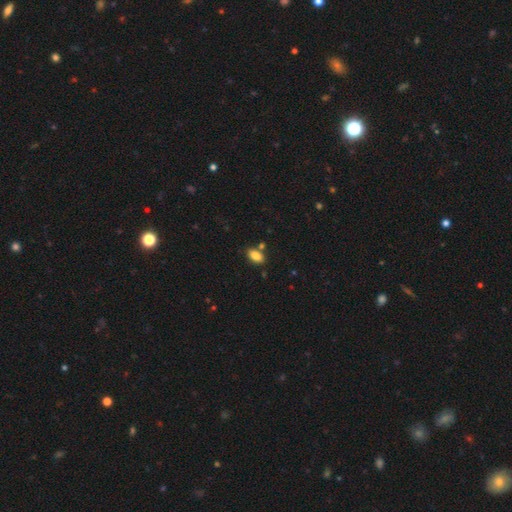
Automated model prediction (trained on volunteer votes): A smooth galaxy with no disk features (85%) that is in between round and cigar-shaped (91%).

Vote fractions:
- Smooth or featured? smooth: 85% / star or artifact: 9% / featured or disk: 6%
- How rounded? in between: 91% / round: 6% / cigar-shaped: 3%
- Merging? none: 76% / minor disturbance: 12% / merger: 10% / major disturbance: 3%